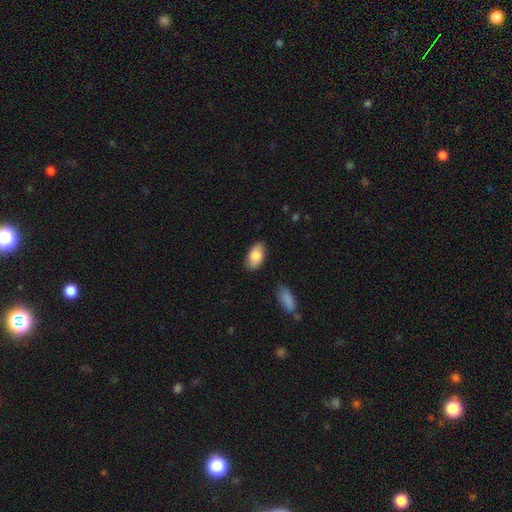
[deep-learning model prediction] This is clearly a smooth galaxy (84%). How rounded: clearly in between (95%). Merging: clearly none (83%).